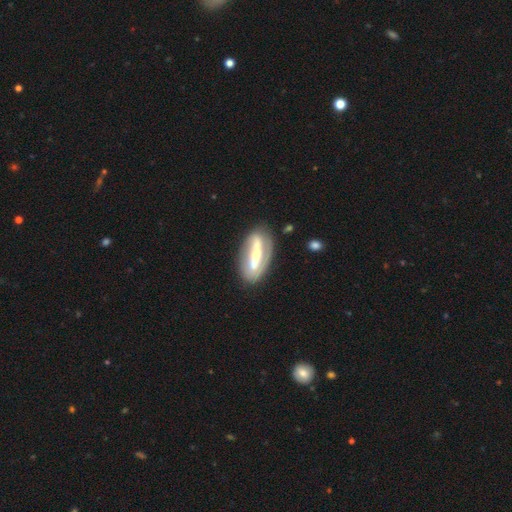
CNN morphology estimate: Smooth or featured?
  - featured or disk: 72% *
  - smooth: 23%
  - star or artifact: 5%
Edge-on disk?
  - no: 80% *
  - yes: 20%
Bar?
  - strong: 73% *
  - weak: 14%
  - no: 13%
Spiral arms?
  - yes: 51% *
  - no: 49%
Bulge size?
  - moderate: 52% *
  - small: 36%
  - large: 8%
  - none: 2%
  - dominant: 2%
Merging?
  - none: 72% *
  - minor disturbance: 17%
  - major disturbance: 7%
  - merger: 4%